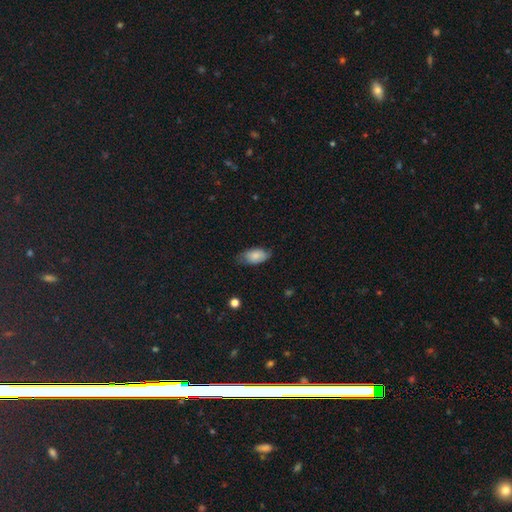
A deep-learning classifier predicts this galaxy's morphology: smooth 79%, featured or disk 14%, star or artifact 7%. Down the decision tree: how rounded — in between (92%); merging — none (62%).